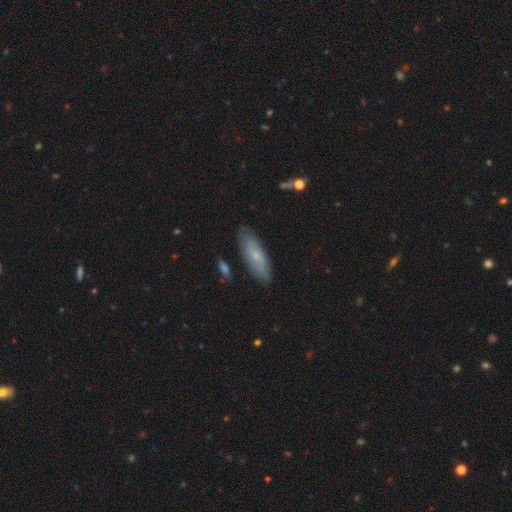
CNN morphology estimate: Smooth or featured?
  - smooth: 57% *
  - featured or disk: 36%
  - star or artifact: 7%
How rounded?
  - in between: 57% *
  - cigar-shaped: 41%
  - round: 2%
Merging?
  - none: 81% *
  - minor disturbance: 14%
  - major disturbance: 3%
  - merger: 2%